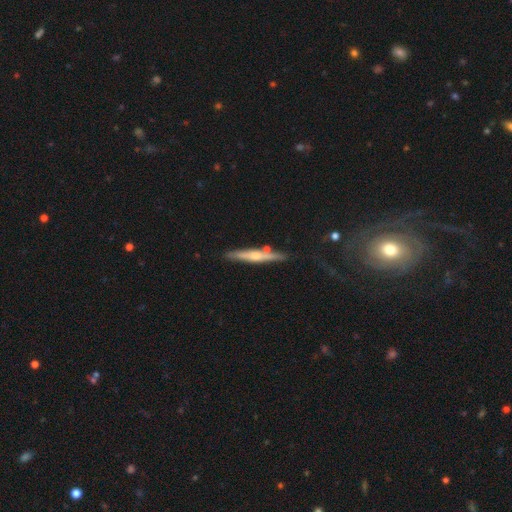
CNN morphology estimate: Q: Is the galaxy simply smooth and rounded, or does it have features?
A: featured or disk — 59%.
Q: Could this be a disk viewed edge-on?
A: yes — 95%.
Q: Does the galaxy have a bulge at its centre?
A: rounded — 78%.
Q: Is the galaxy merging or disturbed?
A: none — 78%.